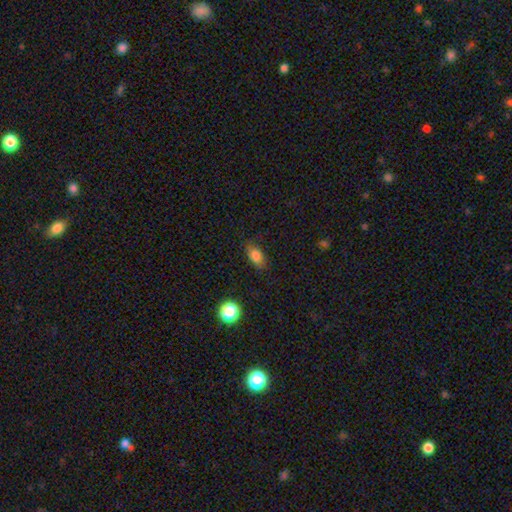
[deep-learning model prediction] smooth 81%, star or artifact 10%, featured or disk 9%. Down the decision tree: how rounded — in between (84%); merging — none (78%).